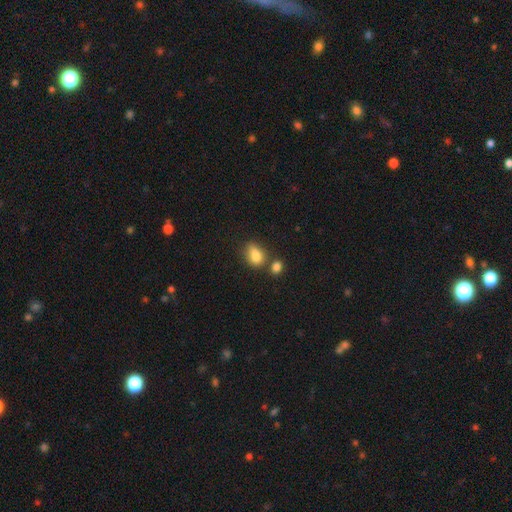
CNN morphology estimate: Smooth or featured? Predicted: smooth (p=0.82). How rounded? Predicted: in between (p=0.75). Merging? Predicted: none (p=0.44).